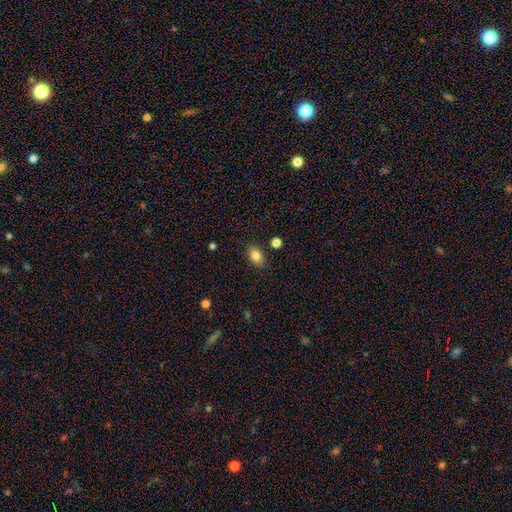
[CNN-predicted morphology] smooth_or_featured: smooth (p=0.83) [alt: star or artifact p=0.09]
how_rounded: in between (p=0.84) [alt: round p=0.14]
merging: none (p=0.84) [alt: minor disturbance p=0.11]